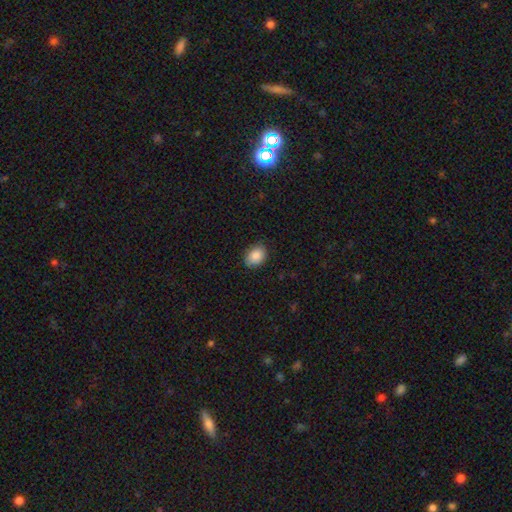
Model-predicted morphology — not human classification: Smooth or featured? smooth (87%)
How rounded? in between (70%)
Merging? none (83%)